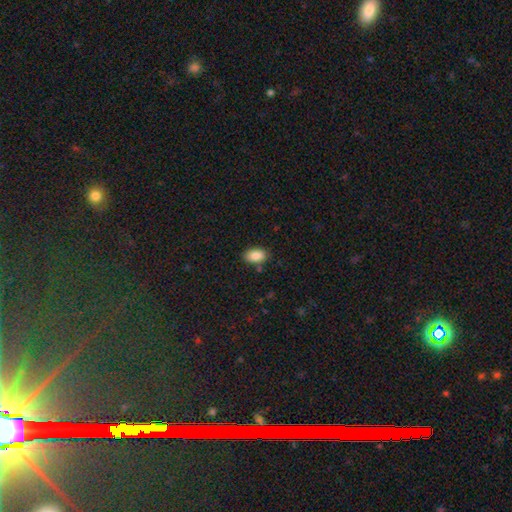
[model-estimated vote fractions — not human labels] This appears to be a smooth galaxy with no disk features (87%) that is in between round and cigar-shaped (91%). Merging: none (83%).